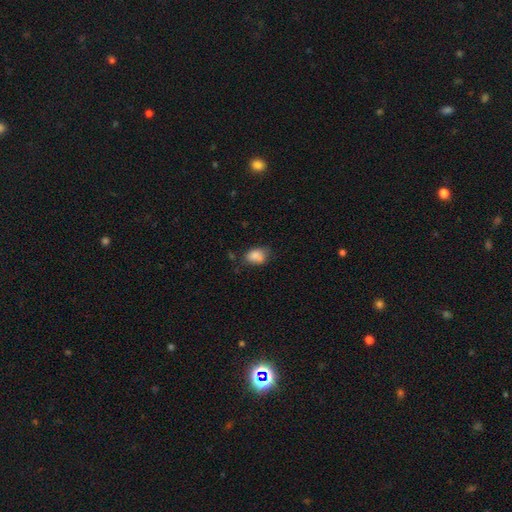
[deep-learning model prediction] smooth_or_featured: smooth (p=0.85) [alt: star or artifact p=0.09]
how_rounded: in between (p=0.76) [alt: round p=0.23]
merging: none (p=0.58) [alt: minor disturbance p=0.29]